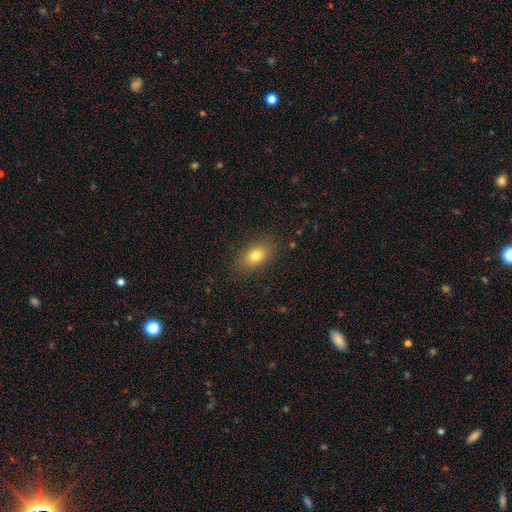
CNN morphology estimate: type=smooth (78%); roundness=in between (82%); merging=none (85%).